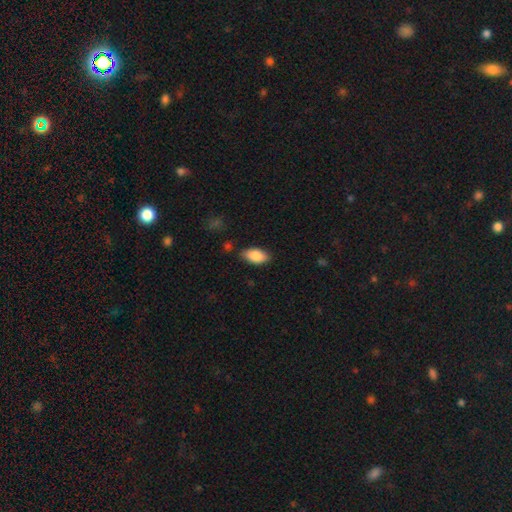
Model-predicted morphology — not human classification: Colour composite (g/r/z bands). It shows a smooth galaxy with no disk features (86%) that is in between round and cigar-shaped (93%). Merging: none (83%).